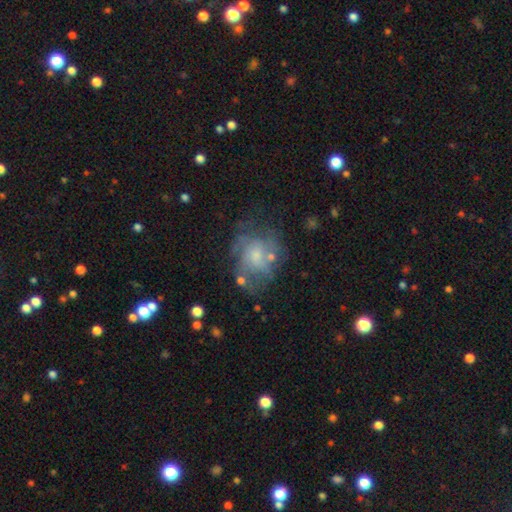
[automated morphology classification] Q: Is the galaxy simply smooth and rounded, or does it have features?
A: featured or disk — 58%.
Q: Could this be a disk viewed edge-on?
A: no — 98%.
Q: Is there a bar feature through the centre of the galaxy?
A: no — 75%.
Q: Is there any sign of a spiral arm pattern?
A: yes — 60%.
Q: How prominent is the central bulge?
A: small — 41%.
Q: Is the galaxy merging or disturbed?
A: none — 49%.